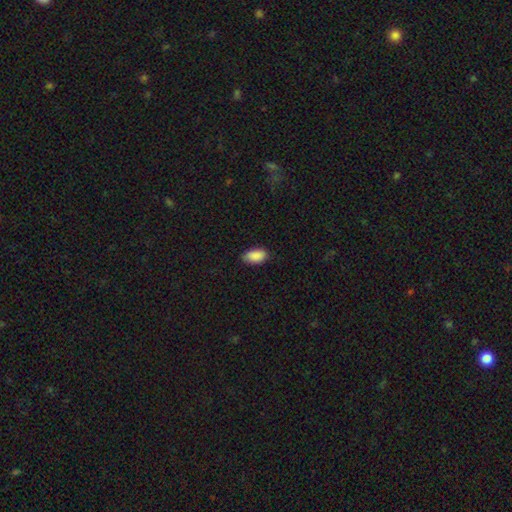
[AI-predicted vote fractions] Smooth or featured: smooth — 90% (star or artifact — 7%)
How rounded: in between — 94% (round — 4%)
Merging: none — 81% (minor disturbance — 15%)